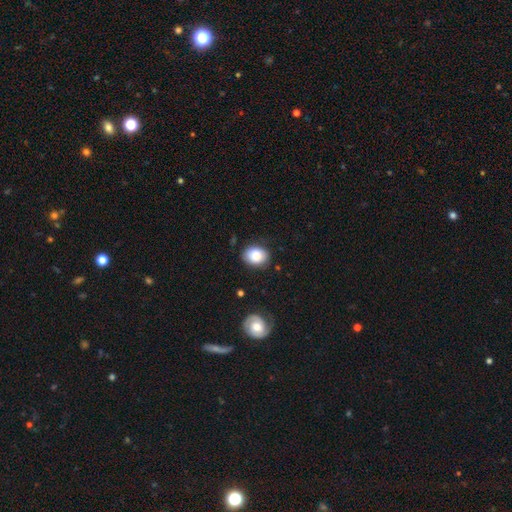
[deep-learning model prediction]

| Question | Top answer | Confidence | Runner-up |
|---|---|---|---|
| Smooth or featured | smooth | 84% | featured or disk (8%) |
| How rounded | in between | 57% | round (42%) |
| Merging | none | 81% | minor disturbance (13%) |